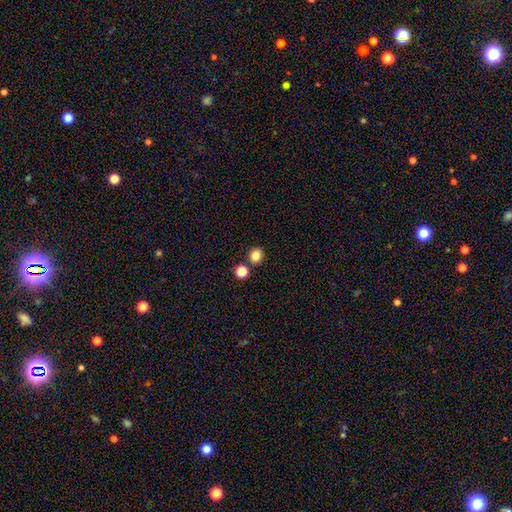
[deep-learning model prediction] smooth 84%, star or artifact 12%, featured or disk 4%. Down the decision tree: how rounded — round (82%); merging — none (82%).